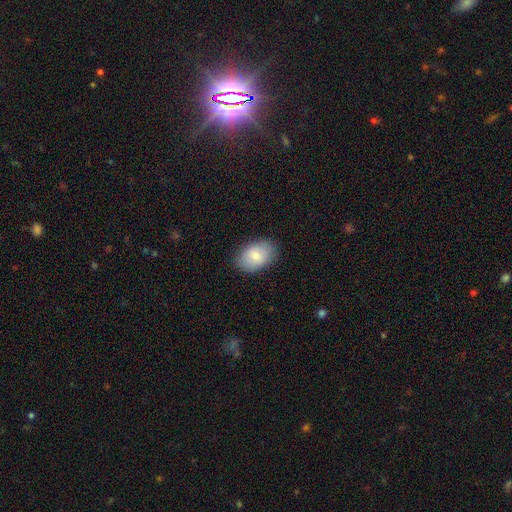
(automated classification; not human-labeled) smooth_or_featured: smooth (p=0.78) [alt: featured or disk p=0.16]
how_rounded: in between (p=0.88) [alt: round p=0.11]
merging: none (p=0.85) [alt: minor disturbance p=0.11]